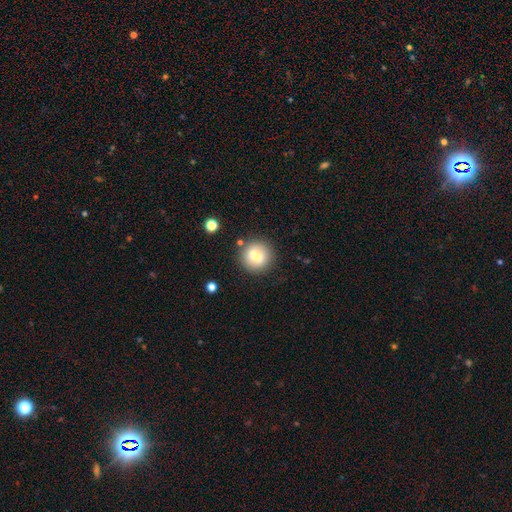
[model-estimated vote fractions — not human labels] smooth-or-featured: smooth: 71% | featured or disk: 20% | star or artifact: 9%
  how-rounded: round: 88% | in between: 11% | cigar-shaped: 1%
  merging: none: 83% | minor disturbance: 9% | merger: 4% | major disturbance: 3%